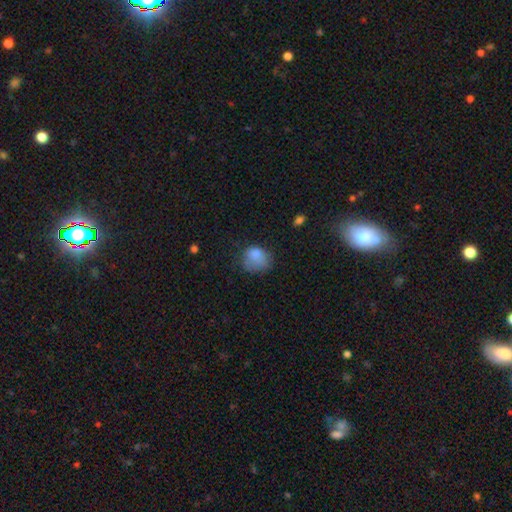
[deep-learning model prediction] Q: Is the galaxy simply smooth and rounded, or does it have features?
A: smooth — 78%.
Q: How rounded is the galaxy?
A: round — 56%.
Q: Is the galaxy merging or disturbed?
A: none — 39%.